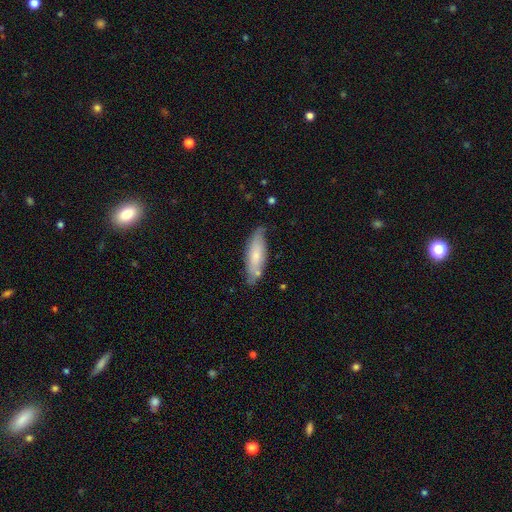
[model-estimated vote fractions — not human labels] This is possibly a smooth galaxy (58%). How rounded: possibly cigar-shaped (52%). Merging: likely none (72%).